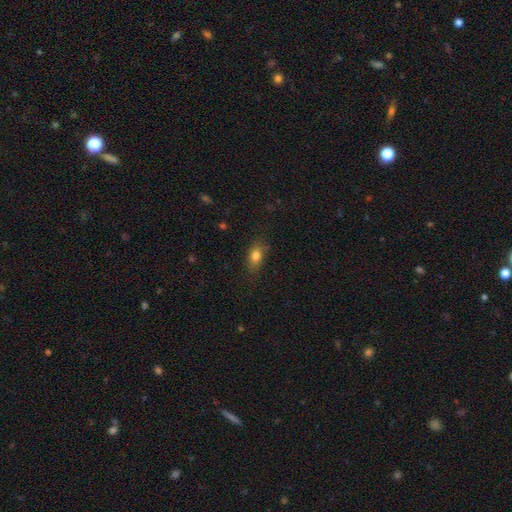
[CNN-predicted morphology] Q: Smooth or featured?
A: smooth (80%); runner-up: featured or disk (10%)
Q: How rounded?
A: in between (79%); runner-up: round (15%)
Q: Merging?
A: none (76%); runner-up: minor disturbance (17%)